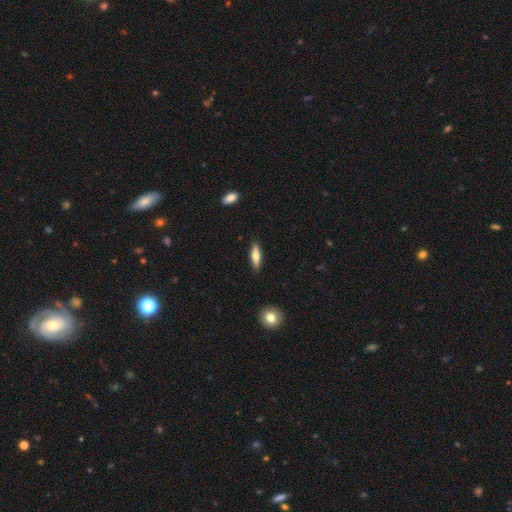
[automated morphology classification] This is likely a smooth galaxy (62%). How rounded: likely cigar-shaped (67%). Merging: clearly none (89%).